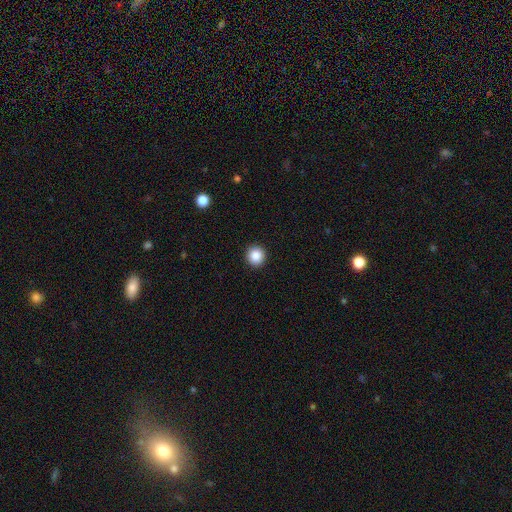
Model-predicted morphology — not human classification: Smooth or featured? Predicted: smooth (p=0.87). How rounded? Predicted: round (p=0.94). Merging? Predicted: none (p=0.93).